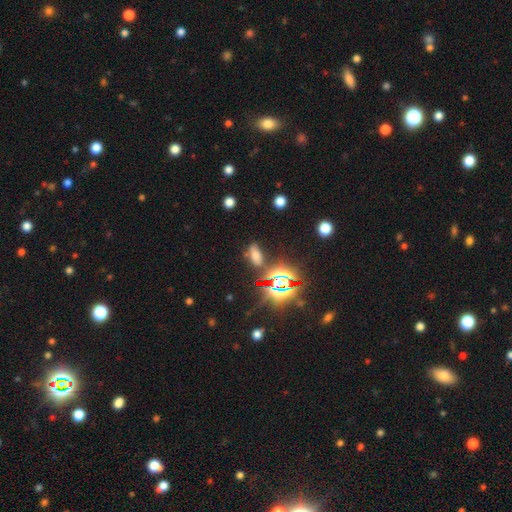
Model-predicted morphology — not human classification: This appears to be a smooth galaxy with no disk features (51%) that is in between round and cigar-shaped (81%). Merging: none (74%).